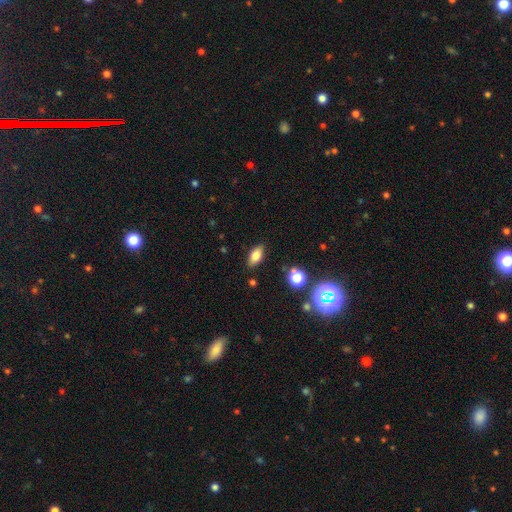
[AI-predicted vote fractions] A smooth galaxy with no disk features (75%) that is in between round and cigar-shaped (85%). Merging: none (85%).